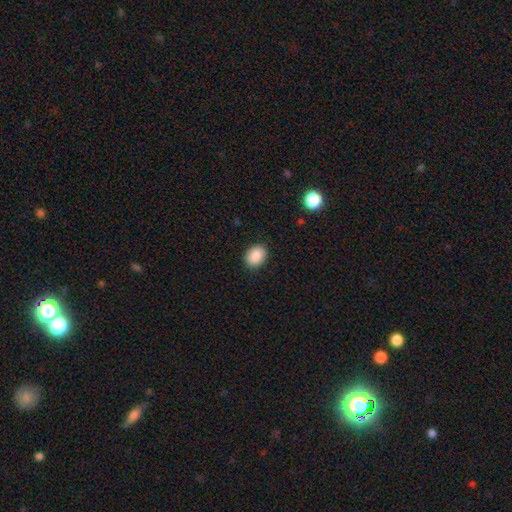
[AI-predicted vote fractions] Smooth or featured? smooth (89%)
How rounded? in between (58%)
Merging? none (89%)